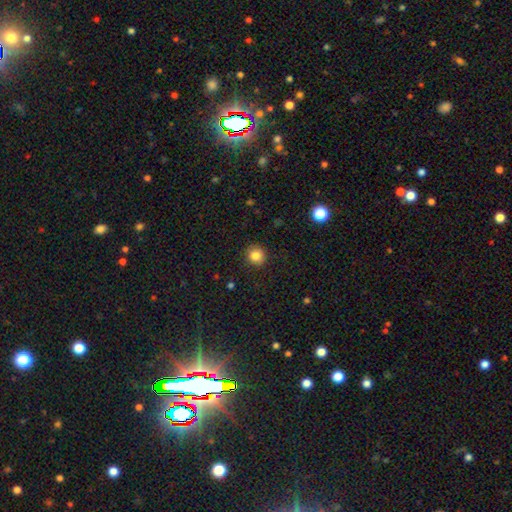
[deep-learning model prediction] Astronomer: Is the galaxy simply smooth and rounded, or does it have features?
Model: smooth — 83%.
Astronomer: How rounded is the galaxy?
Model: round — 92%.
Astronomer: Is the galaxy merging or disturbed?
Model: none — 90%.